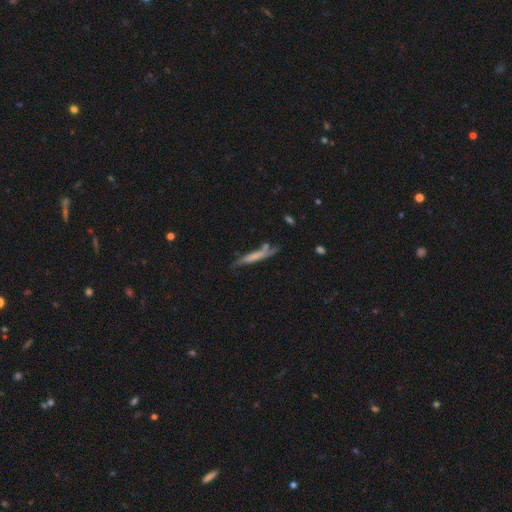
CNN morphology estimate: Smooth or featured: smooth — 51% (featured or disk — 42%)
How rounded: cigar-shaped — 92% (in between — 6%)
Merging: none — 58% (minor disturbance — 24%)